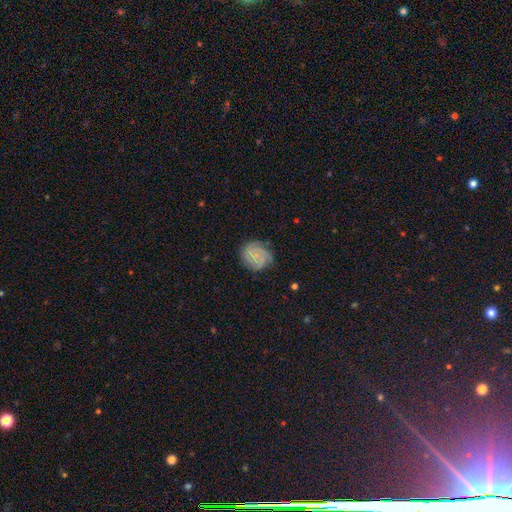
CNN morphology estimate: type=featured or disk (58%); edge-on=no (98%); bar=no (77%); spiral arms=yes (90%); winding=tight (64%); arm count=can't tell (33%); bulge=small (71%); merging=none (71%).